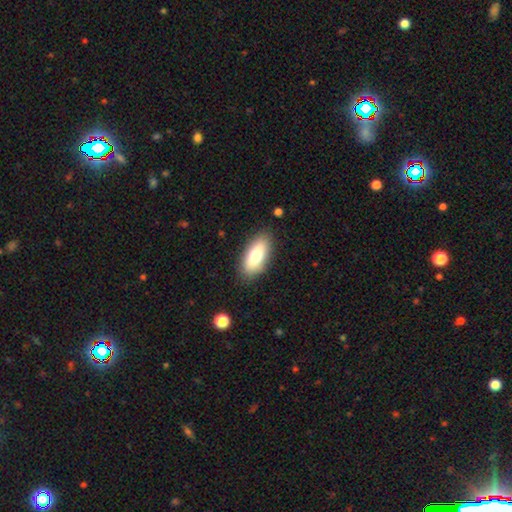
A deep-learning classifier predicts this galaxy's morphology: A smooth galaxy with no disk features (78%) that is in between round and cigar-shaped (84%). Merging: none (86%).